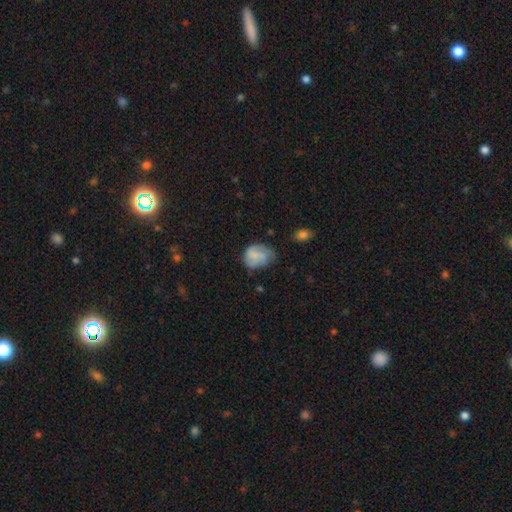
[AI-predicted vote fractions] Overall: smooth (56%; featured or disk 35%). How rounded: round (53%; in between 46%). Merging: none (47%; minor disturbance 32%).